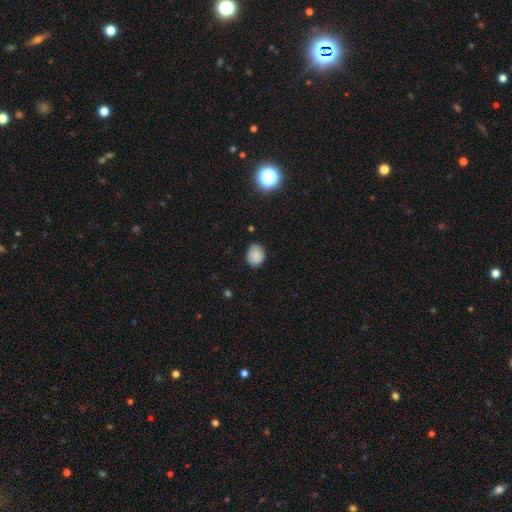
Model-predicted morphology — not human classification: Smooth or featured: smooth — 83% (star or artifact — 10%)
How rounded: round — 54% (in between — 45%)
Merging: none — 75% (minor disturbance — 21%)